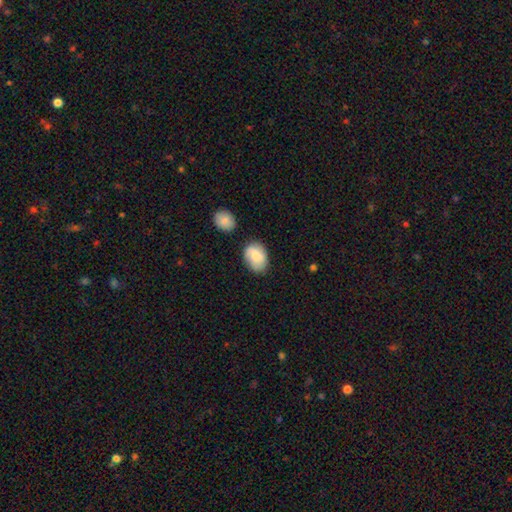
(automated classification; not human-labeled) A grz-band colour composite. It shows a smooth galaxy with no disk features (74%) that is in between round and cigar-shaped (77%). Merging: none (69%).